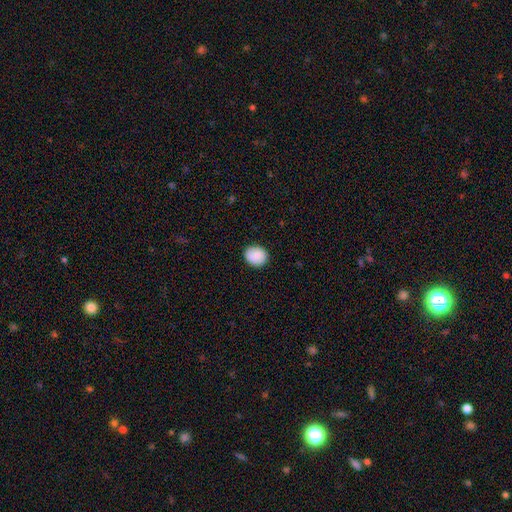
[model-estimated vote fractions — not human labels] Q: Smooth or featured?
A: smooth (88%); runner-up: star or artifact (7%)
Q: How rounded?
A: round (69%); runner-up: in between (30%)
Q: Merging?
A: none (88%); runner-up: minor disturbance (9%)